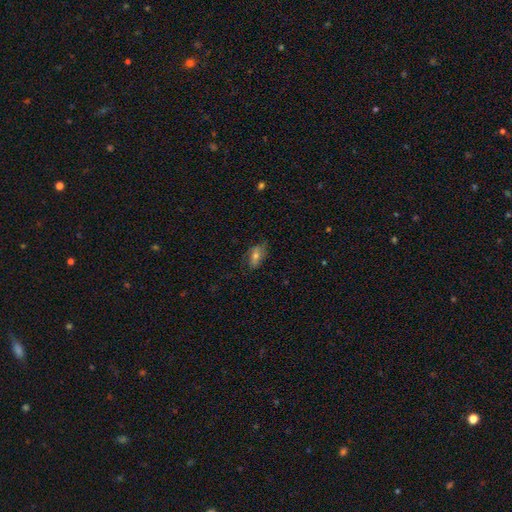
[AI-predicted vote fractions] Q: Smooth or featured?
A: smooth (52%); runner-up: featured or disk (37%)
Q: How rounded?
A: in between (84%); runner-up: round (10%)
Q: Merging?
A: none (66%); runner-up: minor disturbance (23%)